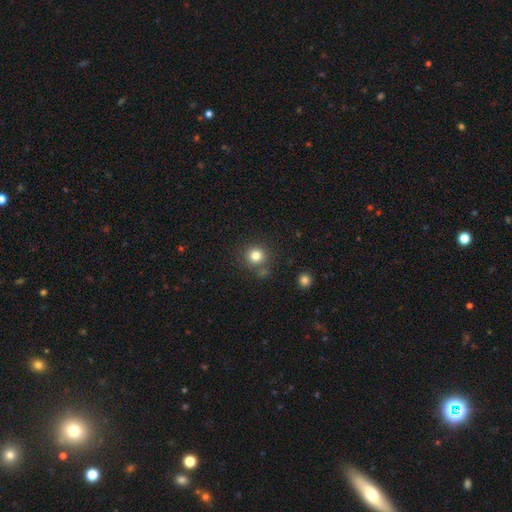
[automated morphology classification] A smooth galaxy with no disk features (80%) that is round (93%). Merging: none (79%).